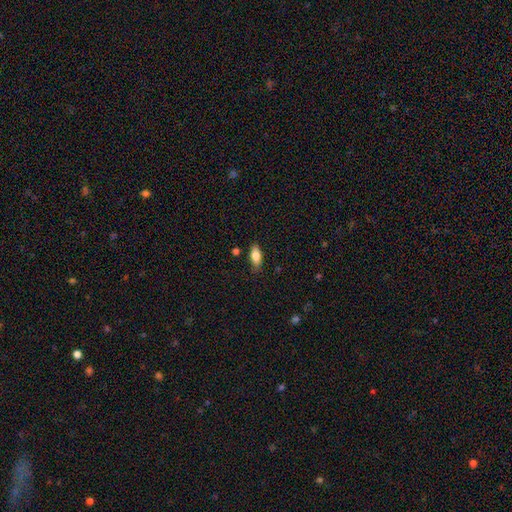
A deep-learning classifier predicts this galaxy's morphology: Smooth or featured? smooth (80%)
How rounded? in between (82%)
Merging? none (81%)